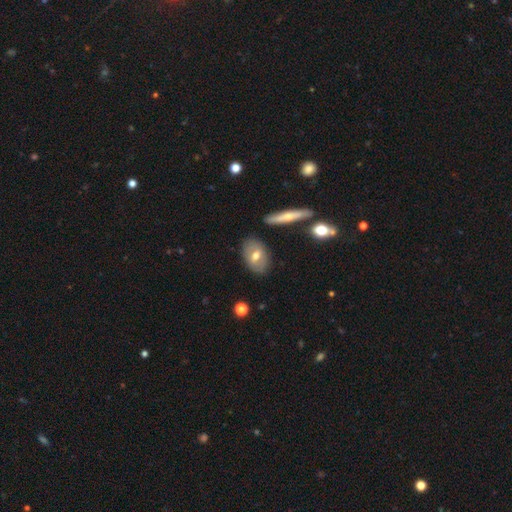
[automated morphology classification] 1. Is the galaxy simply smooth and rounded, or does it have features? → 53% smooth, 40% featured or disk, 6% star or artifact.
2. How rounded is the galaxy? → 86% in between, 11% round, 3% cigar-shaped.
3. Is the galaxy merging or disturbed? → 81% none, 12% minor disturbance, 3% merger, 3% major disturbance.